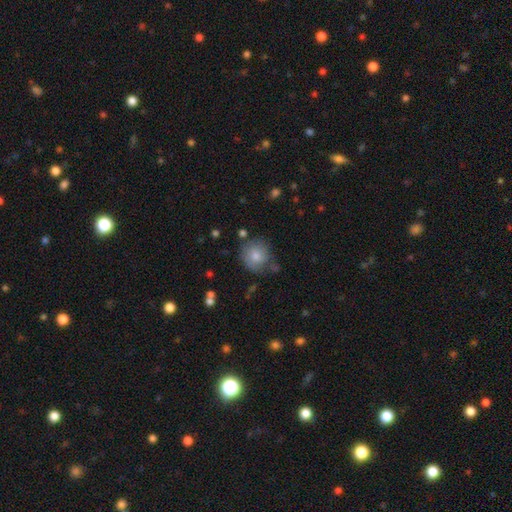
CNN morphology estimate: smooth 75%, featured or disk 17%, star or artifact 8%. Down the decision tree: how rounded — round (85%); merging — none (64%).